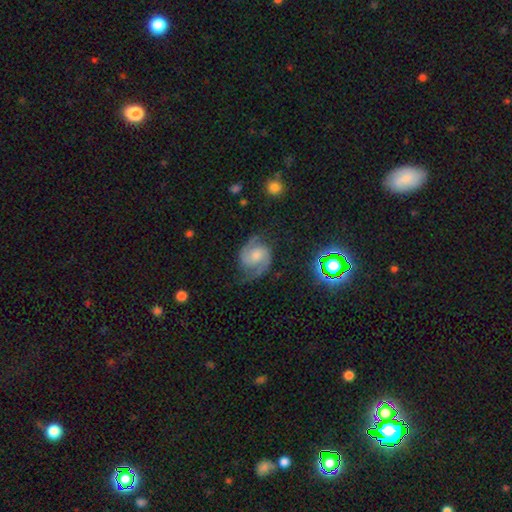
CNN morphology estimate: A featured or disk galaxy (86%) with no bar (57%), 2 (93%) medium (57%) spiral arms (98%) and a moderate central bulge (45%). Merging: none (74%).